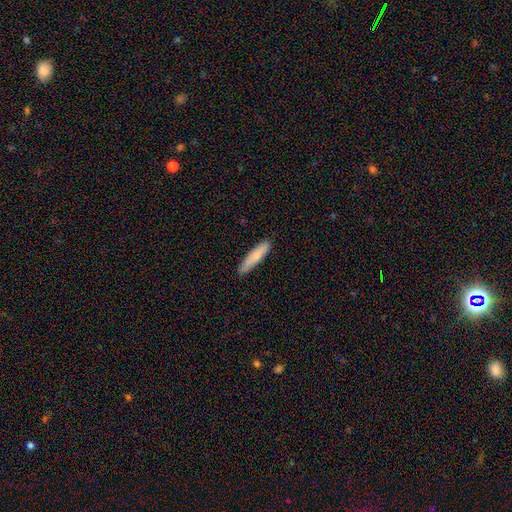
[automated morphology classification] smooth 76%, featured or disk 19%, star or artifact 5%. Down the decision tree: how rounded — cigar-shaped (84%); merging — none (88%).